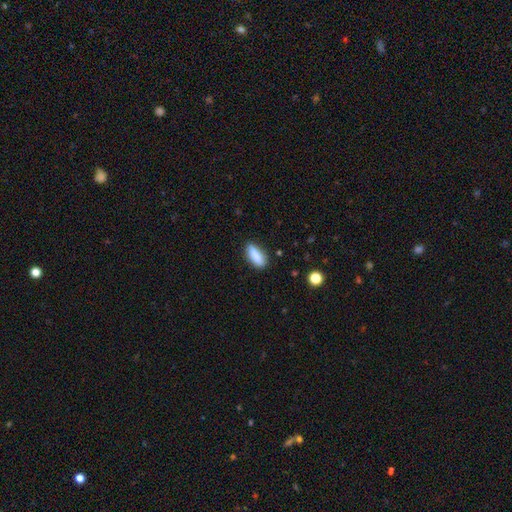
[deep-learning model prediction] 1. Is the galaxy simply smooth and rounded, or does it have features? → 83% smooth, 10% featured or disk, 7% star or artifact.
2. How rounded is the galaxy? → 60% in between, 37% cigar-shaped, 3% round.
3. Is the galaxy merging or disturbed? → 81% none, 14% minor disturbance, 3% major disturbance, 2% merger.